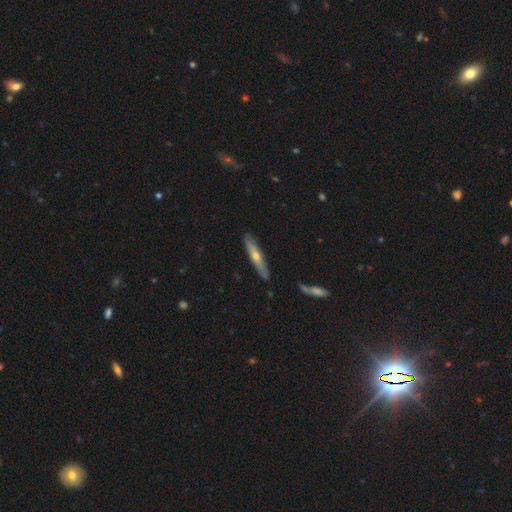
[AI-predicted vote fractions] Smooth or featured? featured or disk (52%)
Edge-on disk? yes (87%)
Merging? none (87%)